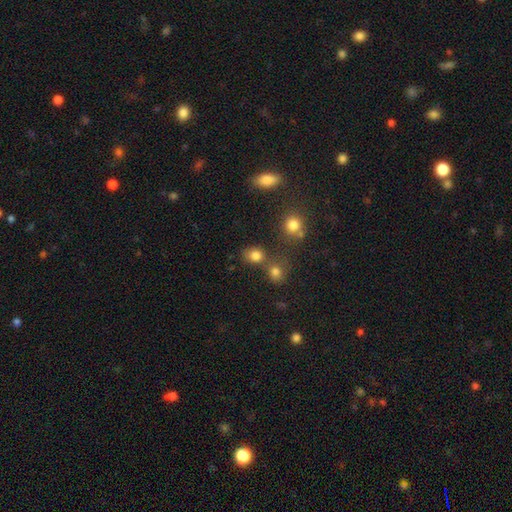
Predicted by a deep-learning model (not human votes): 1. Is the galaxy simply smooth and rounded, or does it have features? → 79% smooth, 15% star or artifact, 6% featured or disk.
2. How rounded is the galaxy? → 64% round, 35% in between, 1% cigar-shaped.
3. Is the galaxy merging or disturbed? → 61% none, 23% merger, 12% minor disturbance, 5% major disturbance.